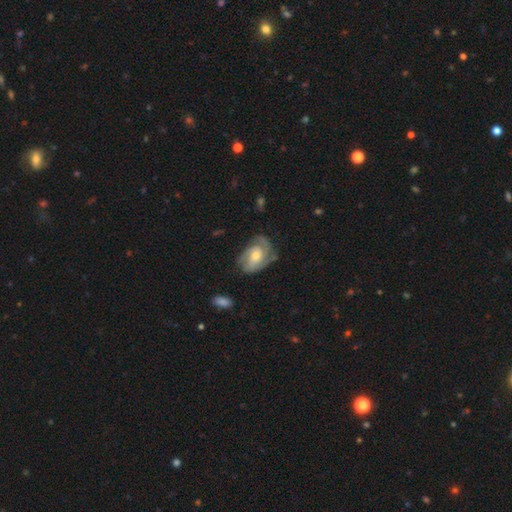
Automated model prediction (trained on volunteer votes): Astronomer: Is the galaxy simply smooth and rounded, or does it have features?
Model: featured or disk — 81%.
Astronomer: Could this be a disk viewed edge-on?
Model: no — 97%.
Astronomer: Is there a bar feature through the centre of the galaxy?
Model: no — 66%.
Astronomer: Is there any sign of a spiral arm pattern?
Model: yes — 94%.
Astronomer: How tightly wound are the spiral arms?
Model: tight — 52% (runner-up: medium, 37%).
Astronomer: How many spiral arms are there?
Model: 2 — 36% (runner-up: 3, 32%).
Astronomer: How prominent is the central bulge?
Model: moderate — 59%.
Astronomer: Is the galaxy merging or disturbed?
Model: none — 65%.